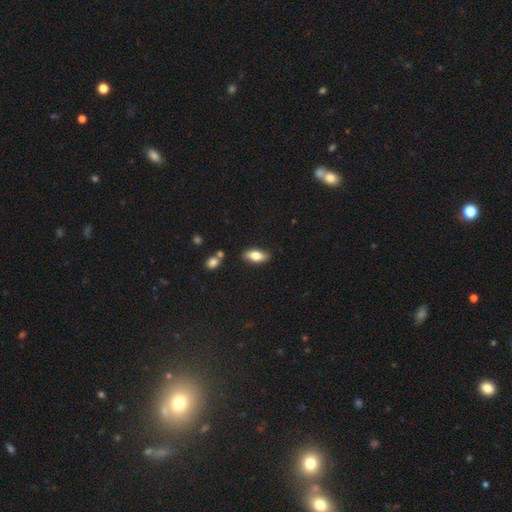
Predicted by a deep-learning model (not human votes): smooth_or_featured: smooth (p=0.75) [alt: featured or disk p=0.19]
how_rounded: in between (p=0.83) [alt: cigar-shaped p=0.14]
merging: none (p=0.84) [alt: minor disturbance p=0.11]